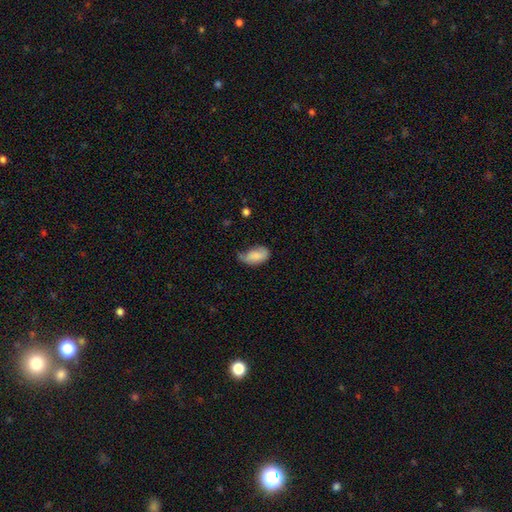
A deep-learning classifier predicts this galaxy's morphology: smooth-or-featured: smooth: 81% | featured or disk: 12% | star or artifact: 7%
  how-rounded: in between: 93% | round: 5% | cigar-shaped: 2%
  merging: minor disturbance: 43% | none: 37% | major disturbance: 16% | merger: 4%